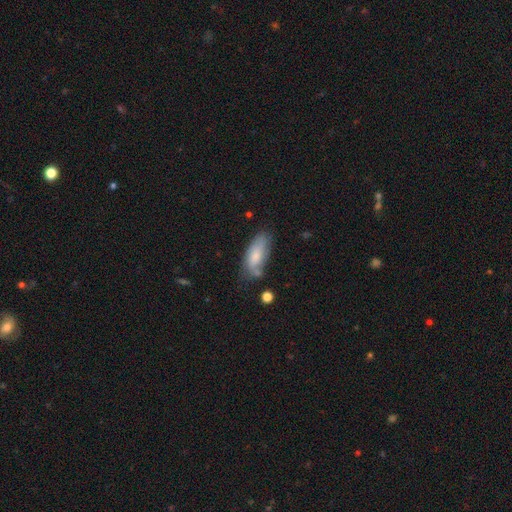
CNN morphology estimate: Q: Smooth or featured?
A: smooth (69%); runner-up: featured or disk (24%)
Q: How rounded?
A: in between (79%); runner-up: cigar-shaped (19%)
Q: Merging?
A: none (57%); runner-up: minor disturbance (28%)